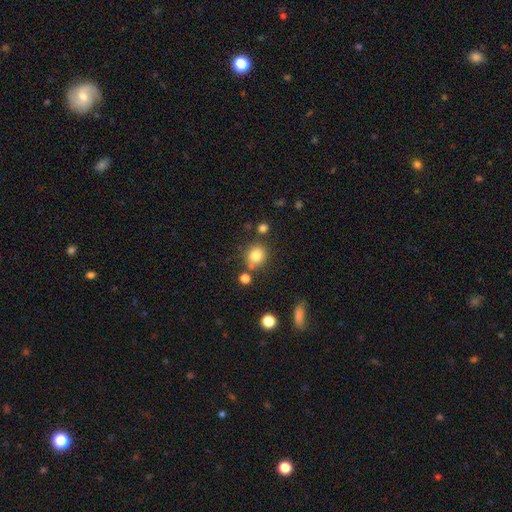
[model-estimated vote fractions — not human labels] Smooth or featured? smooth (80%)
How rounded? round (83%)
Merging? none (74%)